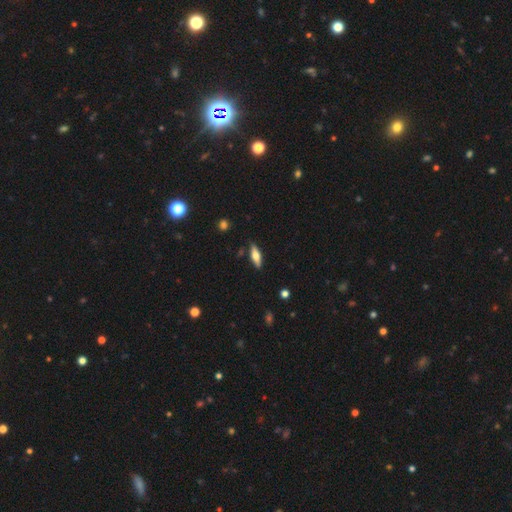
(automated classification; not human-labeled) This is possibly a smooth galaxy (52%). How rounded: possibly in between (52%). Merging: clearly none (86%).